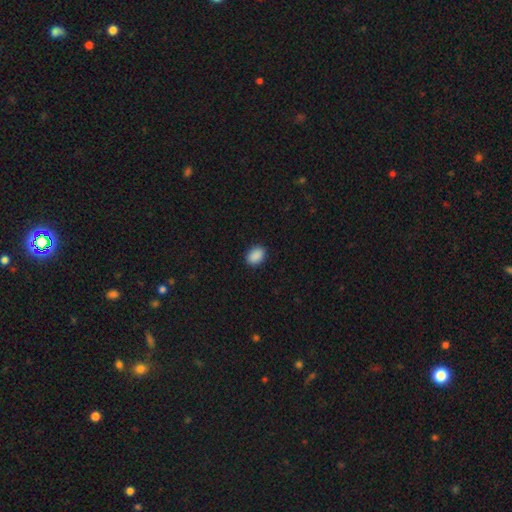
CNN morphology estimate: A smooth galaxy with no disk features (90%) that is in between round and cigar-shaped (77%).

Vote fractions:
- Smooth or featured? smooth: 90% / star or artifact: 8% / featured or disk: 2%
- How rounded? in between: 77% / round: 22% / cigar-shaped: 1%
- Merging? none: 90% / minor disturbance: 7% / major disturbance: 2% / merger: 1%